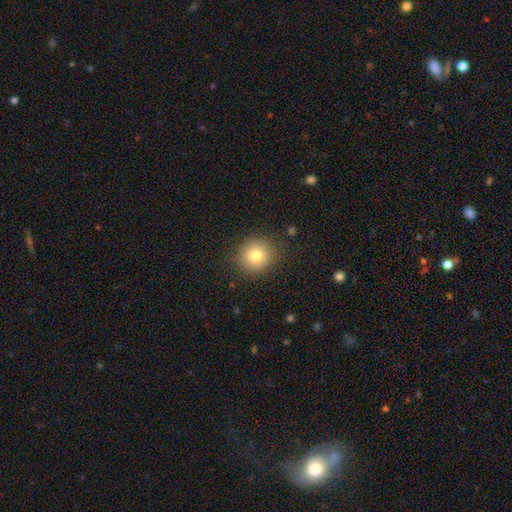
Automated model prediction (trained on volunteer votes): Smooth or featured? smooth (79%)
How rounded? round (88%)
Merging? none (86%)